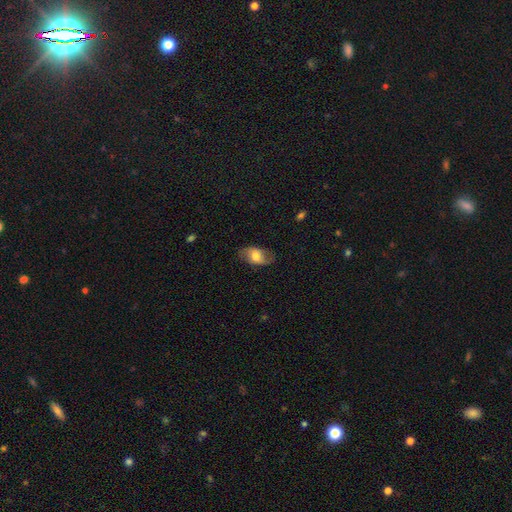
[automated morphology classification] Overall: smooth (56%; featured or disk 37%). How rounded: in between (88%). Merging: none (76%).